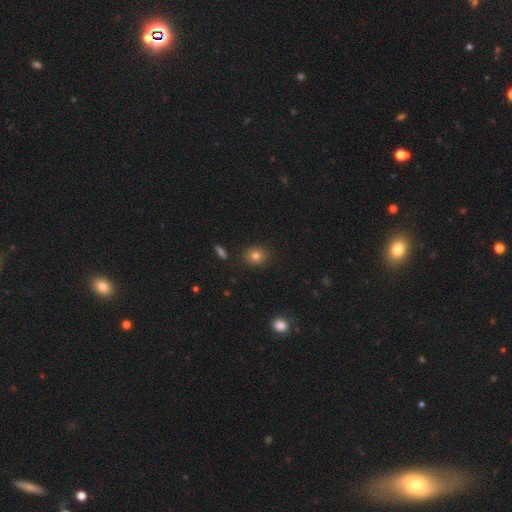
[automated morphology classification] This appears to be a smooth galaxy with no disk features (79%) that is round (68%). Merging: none (88%).